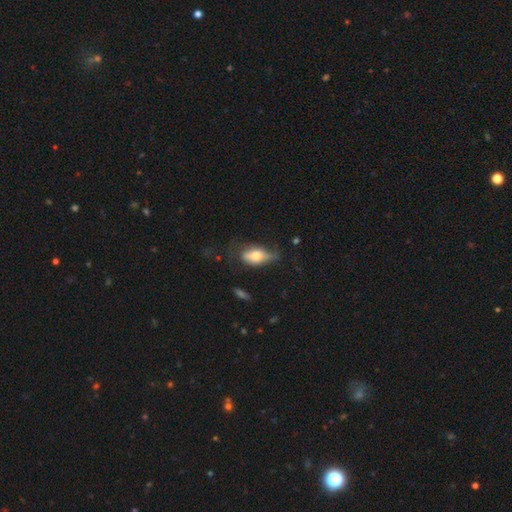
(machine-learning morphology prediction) A smooth galaxy with no disk features (62%) that is in between round and cigar-shaped (85%).

Vote fractions:
- Smooth or featured? smooth: 62% / featured or disk: 31% / star or artifact: 7%
- How rounded? in between: 85% / cigar-shaped: 9% / round: 5%
- Merging? none: 37% / minor disturbance: 36% / major disturbance: 24% / merger: 3%